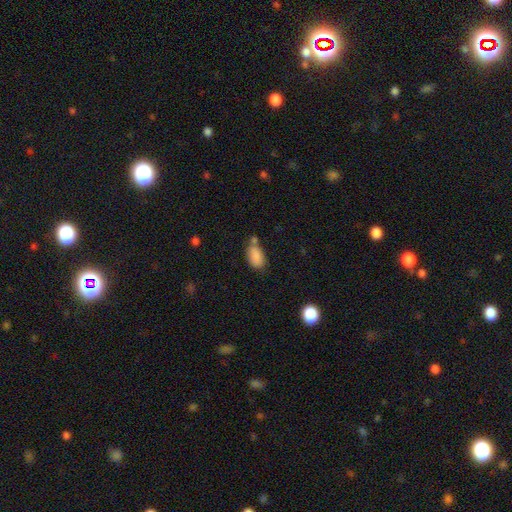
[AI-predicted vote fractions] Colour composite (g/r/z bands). It shows a smooth galaxy with no disk features (85%) that is in between round and cigar-shaped (92%). Merging: none (50%).